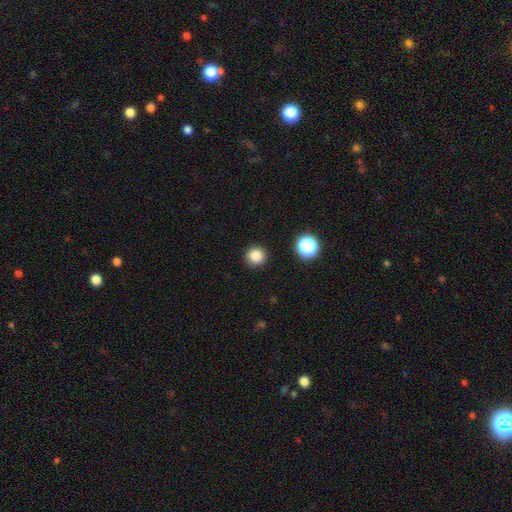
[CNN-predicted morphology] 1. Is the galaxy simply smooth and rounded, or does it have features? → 83% smooth, 13% star or artifact, 4% featured or disk.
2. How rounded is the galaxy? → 95% round, 4% in between, 1% cigar-shaped.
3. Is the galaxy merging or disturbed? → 92% none, 5% minor disturbance, 2% major disturbance, 1% merger.